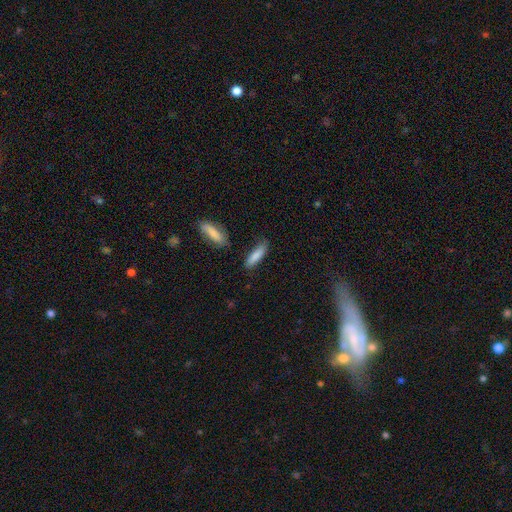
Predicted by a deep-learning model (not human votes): Smooth or featured: smooth — 85% (featured or disk — 9%)
How rounded: cigar-shaped — 64% (in between — 34%)
Merging: none — 77% (minor disturbance — 15%)